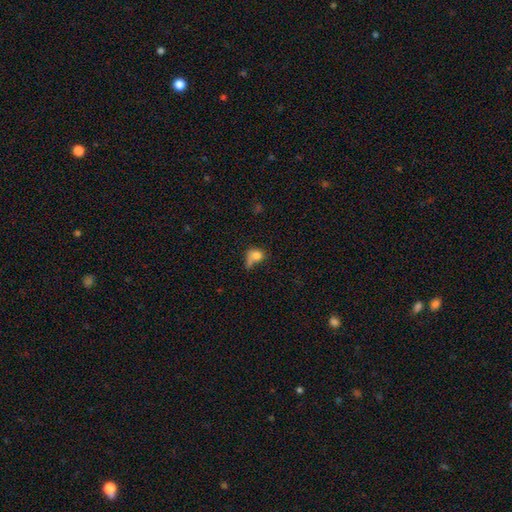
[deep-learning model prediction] Morphology: type=smooth (73%); roundness=in between (49%); merging=none (29%).